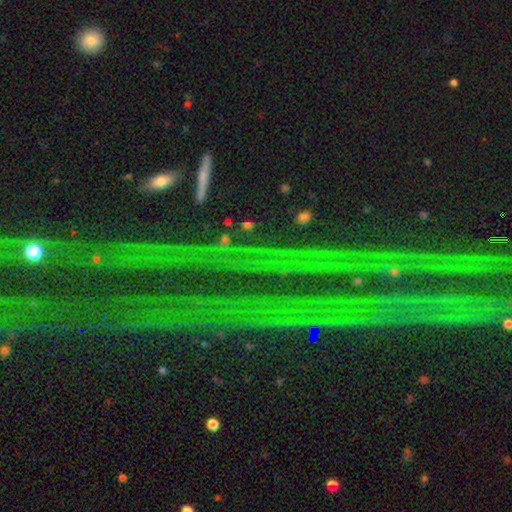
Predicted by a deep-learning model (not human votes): The model was most divided on "smooth or featured": star or artifact: 77%, featured or disk: 13%, smooth: 10%.